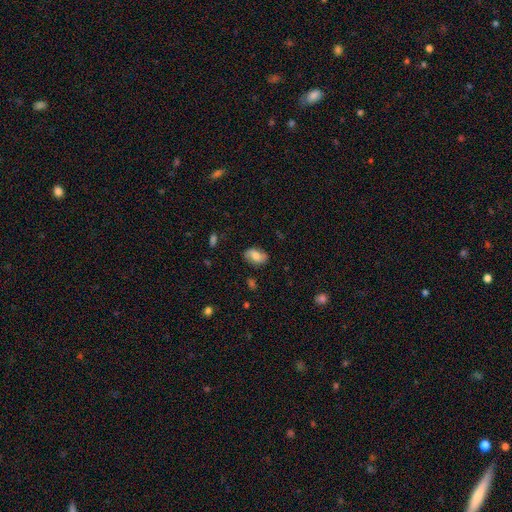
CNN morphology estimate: Smooth or featured? Predicted: smooth (p=0.65). How rounded? Predicted: in between (p=0.89). Merging? Predicted: none (p=0.79).